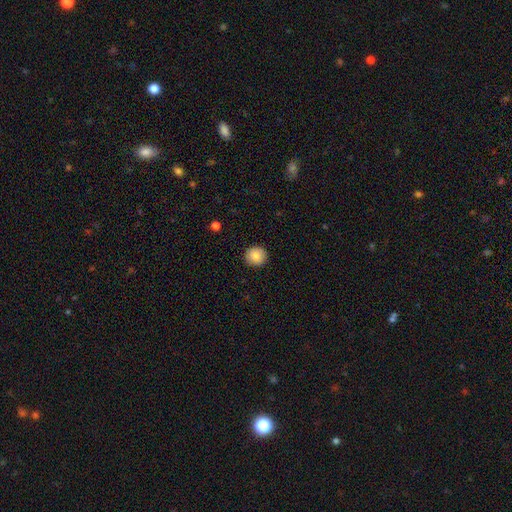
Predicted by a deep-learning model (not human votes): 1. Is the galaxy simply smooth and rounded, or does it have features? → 84% smooth, 8% star or artifact, 8% featured or disk.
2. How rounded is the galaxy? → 91% round, 8% in between, 1% cigar-shaped.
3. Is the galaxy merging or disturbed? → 91% none, 6% minor disturbance, 2% major disturbance, 1% merger.